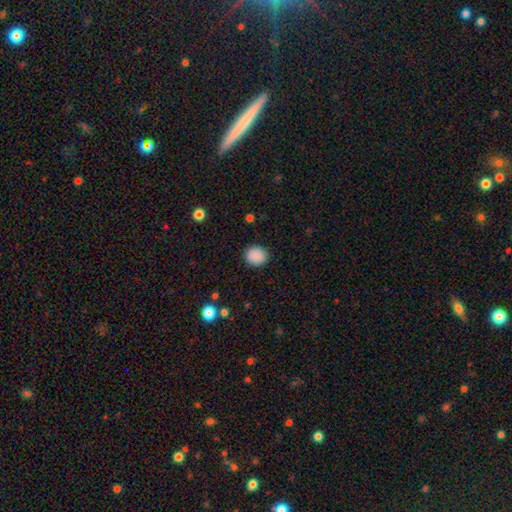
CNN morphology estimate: This is clearly a smooth galaxy (89%). How rounded: likely round (80%). Merging: clearly none (90%).